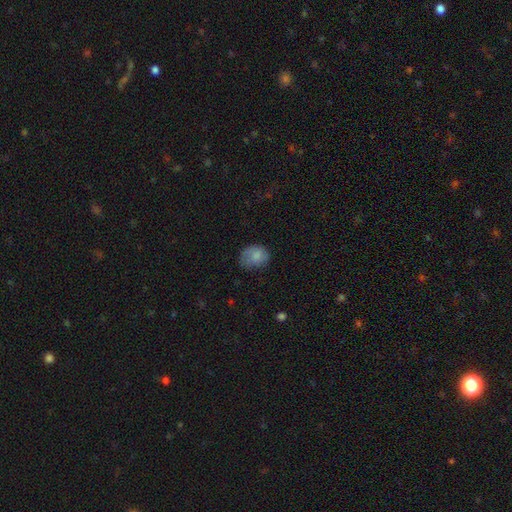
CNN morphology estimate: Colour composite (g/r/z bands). It shows a smooth galaxy with no disk features (80%) that is in between round and cigar-shaped (56%). Merging: none (58%).